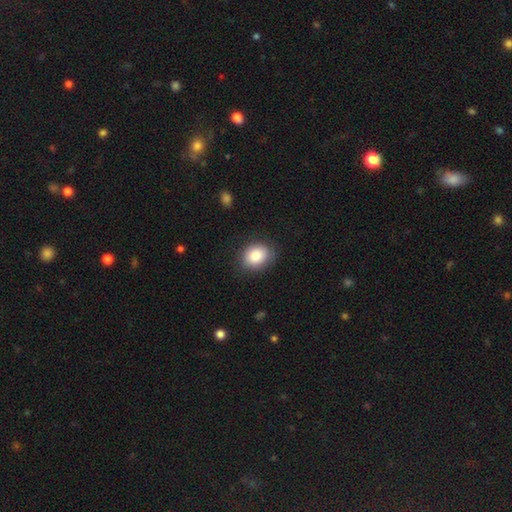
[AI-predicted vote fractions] smooth-or-featured: smooth: 86% | star or artifact: 7% | featured or disk: 6%
  how-rounded: in between: 54% | round: 45% | cigar-shaped: 1%
  merging: none: 82% | minor disturbance: 13% | major disturbance: 4% | merger: 1%